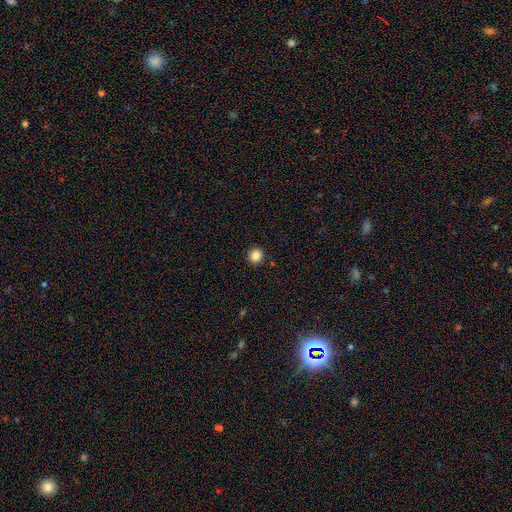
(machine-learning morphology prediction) Smooth or featured?
  - smooth: 85% *
  - star or artifact: 11%
  - featured or disk: 4%
How rounded?
  - round: 93% *
  - in between: 6%
  - cigar-shaped: 1%
Merging?
  - none: 92% *
  - minor disturbance: 5%
  - major disturbance: 2%
  - merger: 1%